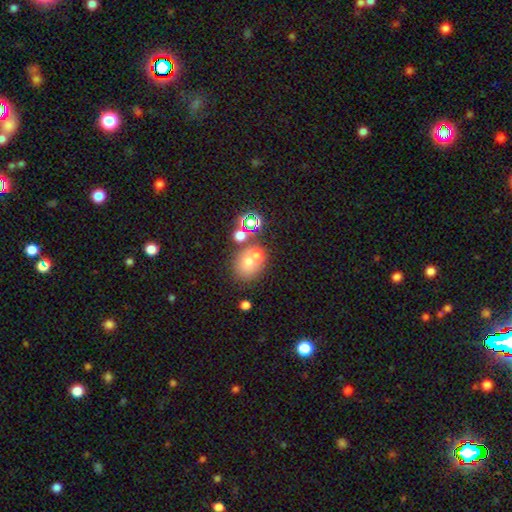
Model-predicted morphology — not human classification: smooth-or-featured: smooth: 60% | featured or disk: 21% | star or artifact: 19%
  how-rounded: round: 64% | in between: 35% | cigar-shaped: 1%
  merging: merger: 44% | none: 41% | minor disturbance: 9% | major disturbance: 5%